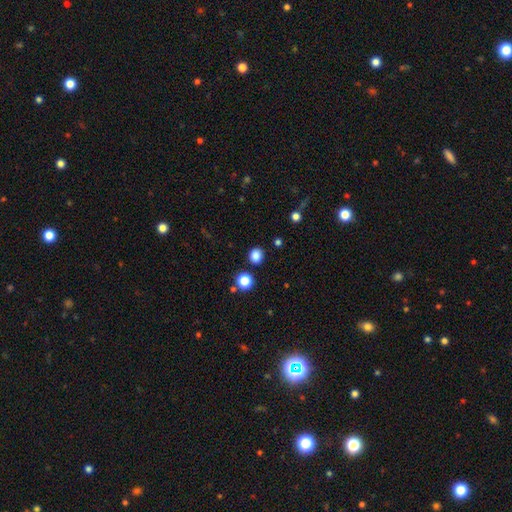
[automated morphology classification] Smooth or featured: smooth — 84% (star or artifact — 12%)
How rounded: round — 79% (in between — 21%)
Merging: none — 87% (minor disturbance — 7%)